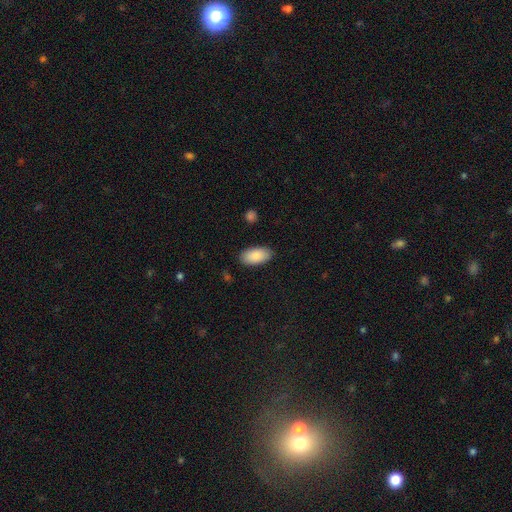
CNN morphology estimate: A smooth galaxy with no disk features (89%) that is in between round and cigar-shaped (94%).

Vote fractions:
- Smooth or featured? smooth: 89% / star or artifact: 6% / featured or disk: 5%
- How rounded? in between: 94% / cigar-shaped: 3% / round: 2%
- Merging? none: 87% / minor disturbance: 9% / major disturbance: 2% / merger: 1%